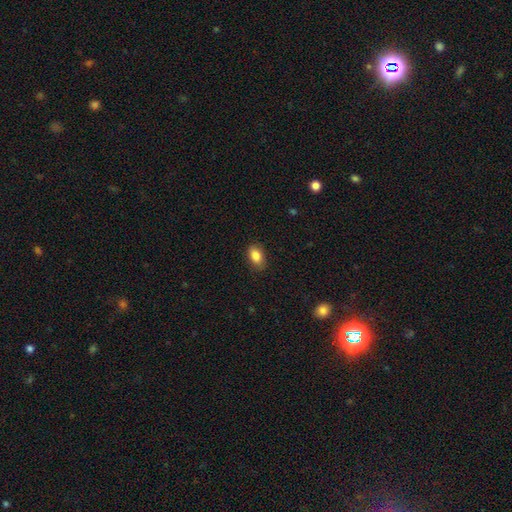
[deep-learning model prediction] A smooth galaxy with no disk features (86%) that is in between round and cigar-shaped (86%).

Vote fractions:
- Smooth or featured? smooth: 86% / star or artifact: 8% / featured or disk: 6%
- How rounded? in between: 86% / round: 12% / cigar-shaped: 2%
- Merging? none: 85% / minor disturbance: 12% / major disturbance: 3% / merger: 1%